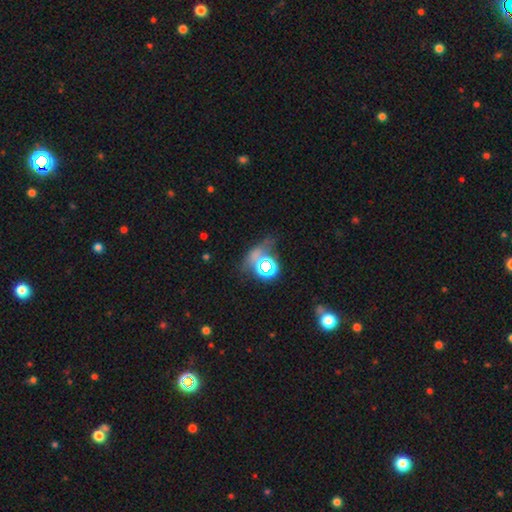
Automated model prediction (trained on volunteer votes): star or artifact 49%, smooth 34%, featured or disk 17%.